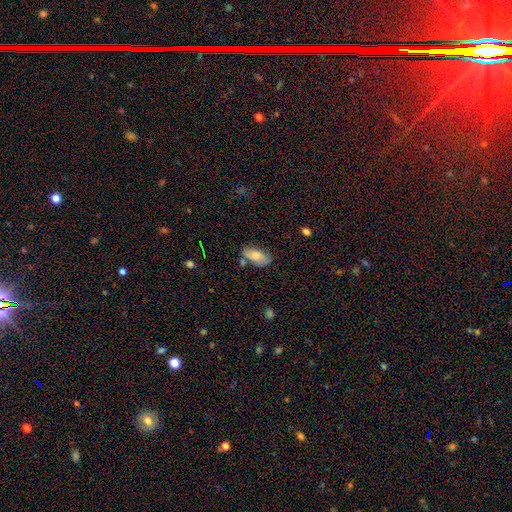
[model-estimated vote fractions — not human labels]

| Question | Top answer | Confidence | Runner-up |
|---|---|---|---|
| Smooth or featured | smooth | 72% | featured or disk (20%) |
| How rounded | in between | 92% | cigar-shaped (5%) |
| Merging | none | 59% | minor disturbance (25%) |